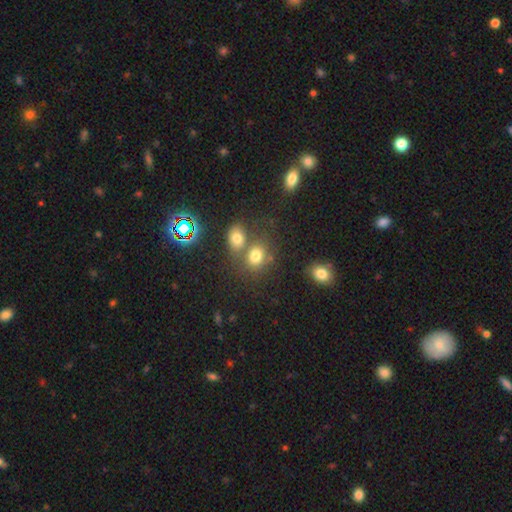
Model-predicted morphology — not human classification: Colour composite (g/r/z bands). It shows a smooth galaxy with no disk features (73%) that is round (52%). Merging: none (49%).